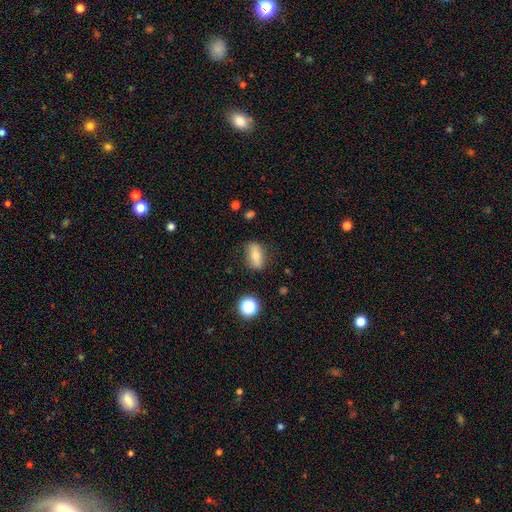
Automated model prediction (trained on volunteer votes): Overall: smooth (66%). How rounded: in between (73%). Merging: none (79%).